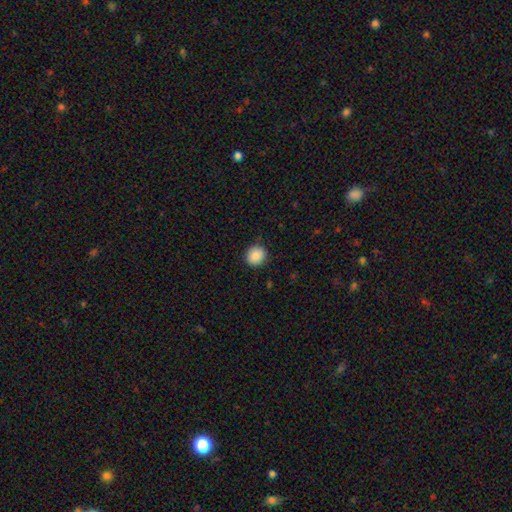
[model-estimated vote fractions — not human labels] The model was most divided on "merging": none: 85%, minor disturbance: 11%, major disturbance: 2%, merger: 1%. More confident: how rounded — round (90%); smooth or featured — smooth (86%).